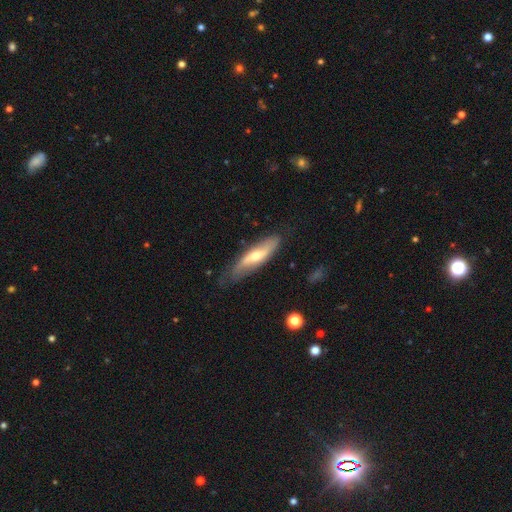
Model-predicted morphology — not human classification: smooth-or-featured: featured or disk: 56% | smooth: 38% | star or artifact: 6%
  disk-edge-on: no: 57% | yes: 43%
  merging: none: 72% | minor disturbance: 22% | major disturbance: 5% | merger: 2%